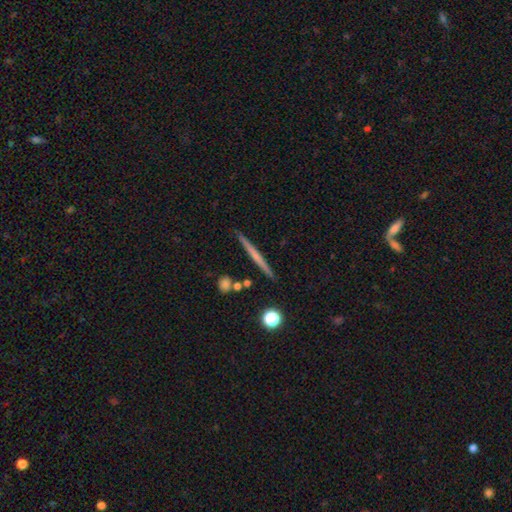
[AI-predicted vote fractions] Morphology: type=featured or disk (48%); merging=none (90%).